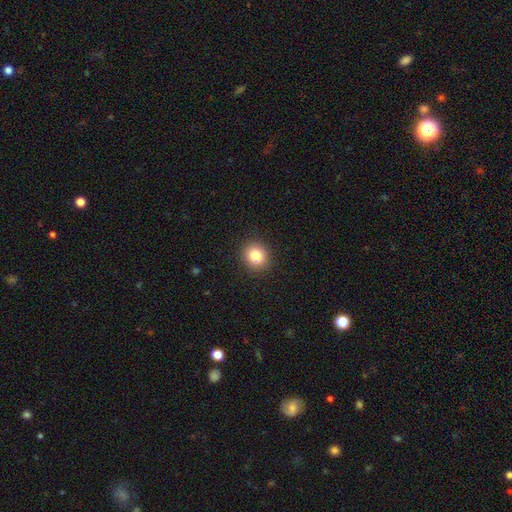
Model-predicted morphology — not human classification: Smooth or featured? smooth (82%)
How rounded? round (85%)
Merging? none (90%)